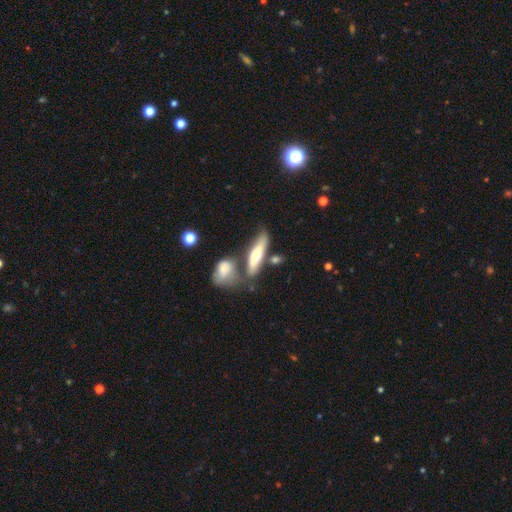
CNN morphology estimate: Q: Smooth or featured?
A: smooth (51%); runner-up: featured or disk (42%)
Q: How rounded?
A: cigar-shaped (58%); runner-up: in between (39%)
Q: Merging?
A: none (51%); runner-up: merger (26%)